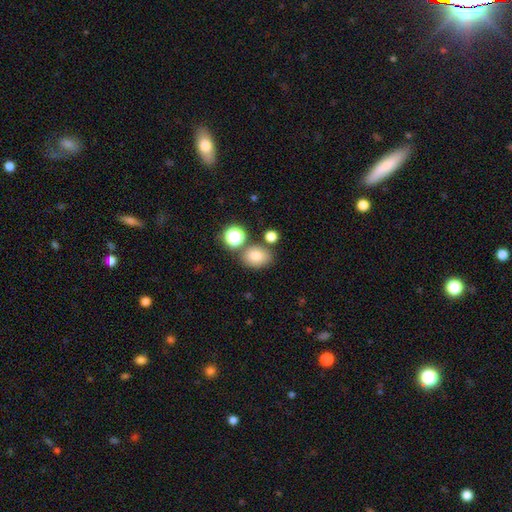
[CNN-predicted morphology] Smooth or featured?
  - smooth: 77% *
  - star or artifact: 14%
  - featured or disk: 8%
How rounded?
  - in between: 59% *
  - round: 40%
  - cigar-shaped: 1%
Merging?
  - none: 71% *
  - minor disturbance: 12%
  - merger: 12%
  - major disturbance: 4%